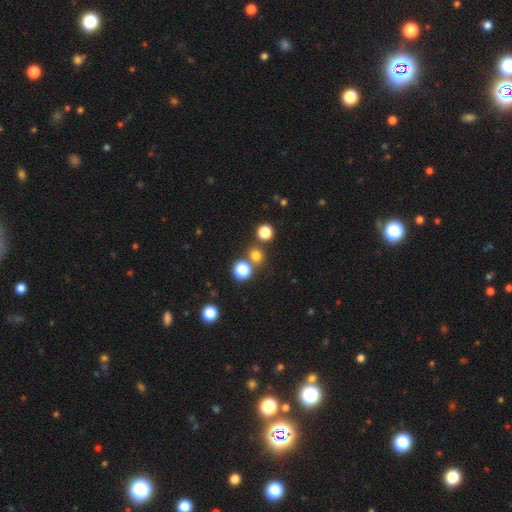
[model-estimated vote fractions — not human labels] smooth 74%, star or artifact 21%, featured or disk 6%. Down the decision tree: how rounded — round (88%); merging — none (73%).